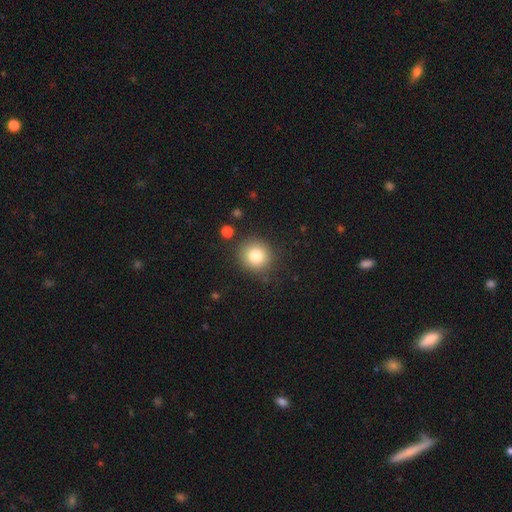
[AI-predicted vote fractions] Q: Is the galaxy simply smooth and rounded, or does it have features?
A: smooth — 80%.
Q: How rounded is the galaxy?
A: round — 90%.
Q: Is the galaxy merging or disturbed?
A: none — 86%.